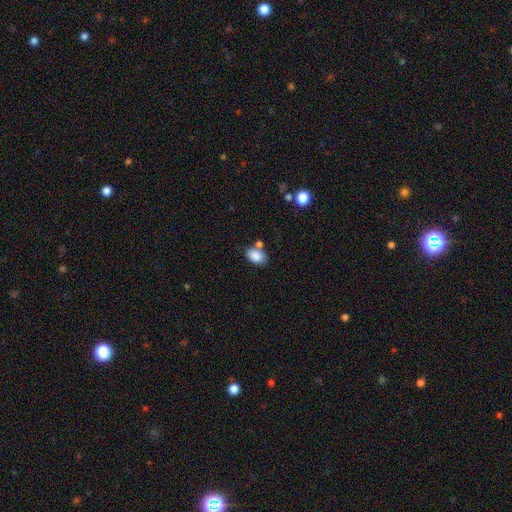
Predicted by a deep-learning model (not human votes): The model was most divided on "merging": none: 59%, merger: 18%, minor disturbance: 18%, major disturbance: 5%. More confident: smooth or featured — smooth (86%); how rounded — in between (84%).